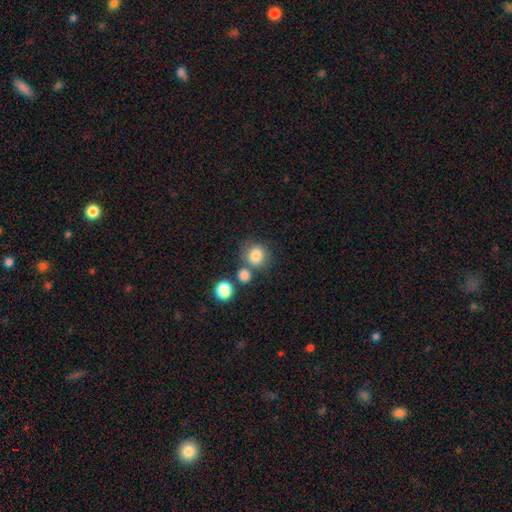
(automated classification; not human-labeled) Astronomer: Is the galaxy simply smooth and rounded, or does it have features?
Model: smooth — 81%.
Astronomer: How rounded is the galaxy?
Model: round — 83%.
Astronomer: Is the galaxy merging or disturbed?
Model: none — 63%.